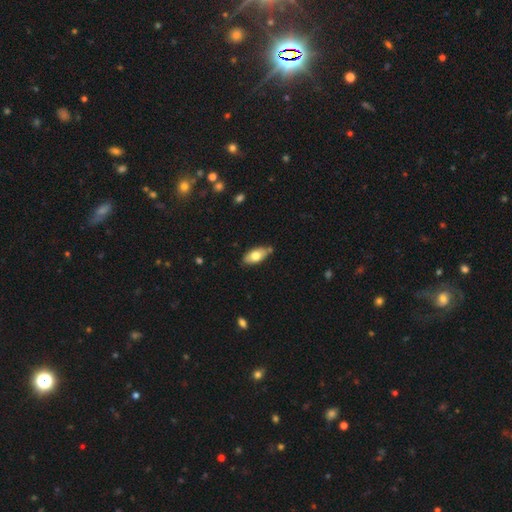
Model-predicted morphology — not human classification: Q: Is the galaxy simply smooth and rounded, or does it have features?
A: smooth — 70%.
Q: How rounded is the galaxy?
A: in between — 87%.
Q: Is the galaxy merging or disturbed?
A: none — 77%.